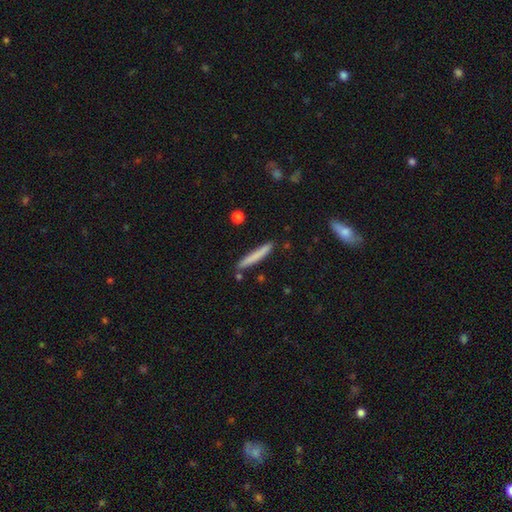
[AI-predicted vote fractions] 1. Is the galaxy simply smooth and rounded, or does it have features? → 74% smooth, 20% featured or disk, 6% star or artifact.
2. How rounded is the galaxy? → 96% cigar-shaped, 3% in between, 1% round.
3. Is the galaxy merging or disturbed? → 85% none, 9% minor disturbance, 3% merger, 2% major disturbance.